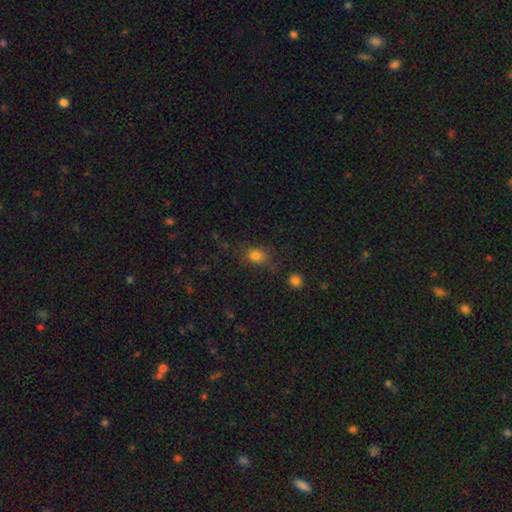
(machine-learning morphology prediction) Smooth or featured? smooth (78%)
How rounded? in between (54%)
Merging? none (71%)